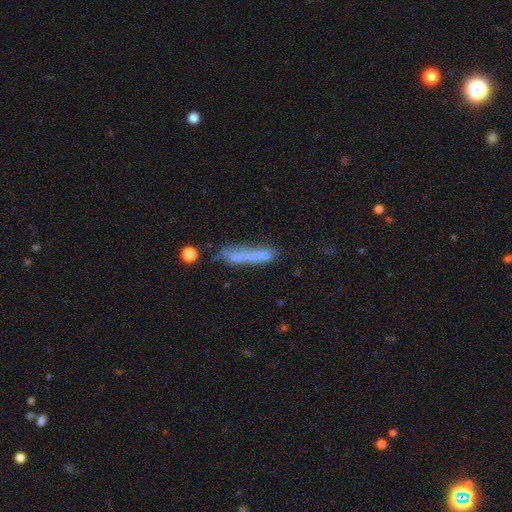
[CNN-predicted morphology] smooth-or-featured: smooth: 54% | featured or disk: 32% | star or artifact: 14%
  how-rounded: cigar-shaped: 78% | in between: 18% | round: 4%
  merging: none: 35% | merger: 24% | major disturbance: 22% | minor disturbance: 20%